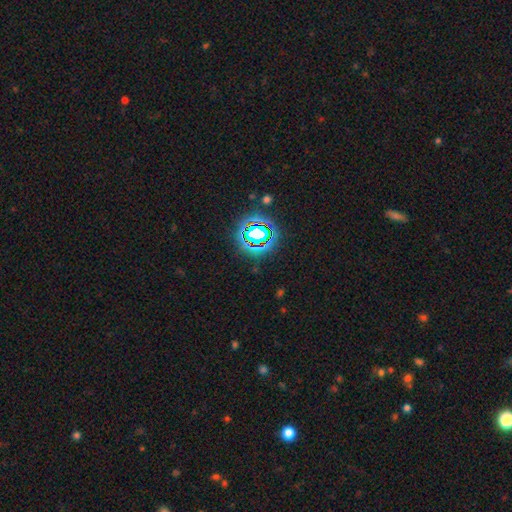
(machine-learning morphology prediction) Smooth or featured: star or artifact — 79% (smooth — 13%)